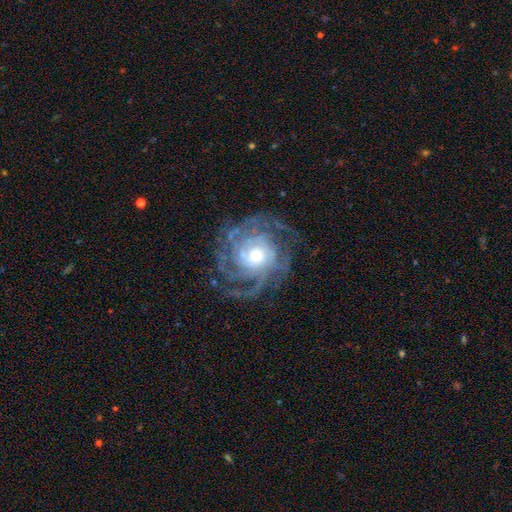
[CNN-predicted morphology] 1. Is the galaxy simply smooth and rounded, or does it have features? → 88% featured or disk, 6% star or artifact, 6% smooth.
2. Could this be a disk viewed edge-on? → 97% no, 3% yes.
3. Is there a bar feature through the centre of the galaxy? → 76% no, 19% weak, 5% strong.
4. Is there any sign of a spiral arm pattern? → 96% yes, 4% no.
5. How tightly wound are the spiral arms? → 64% tight, 29% medium, 7% loose.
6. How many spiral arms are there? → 26% can't tell, 20% 4, 18% 3, 16% more than 4, 12% 2, 7% 1.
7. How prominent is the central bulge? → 56% moderate, 26% small, 15% large, 1% dominant, 1% none.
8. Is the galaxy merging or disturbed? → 74% none, 14% minor disturbance, 10% major disturbance, 1% merger.